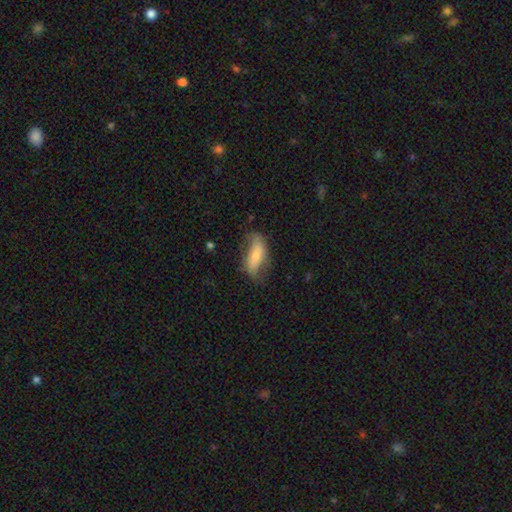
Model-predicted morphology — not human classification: smooth-or-featured: smooth: 59% | featured or disk: 34% | star or artifact: 6%
  how-rounded: in between: 73% | cigar-shaped: 24% | round: 3%
  merging: none: 59% | minor disturbance: 28% | major disturbance: 12% | merger: 2%